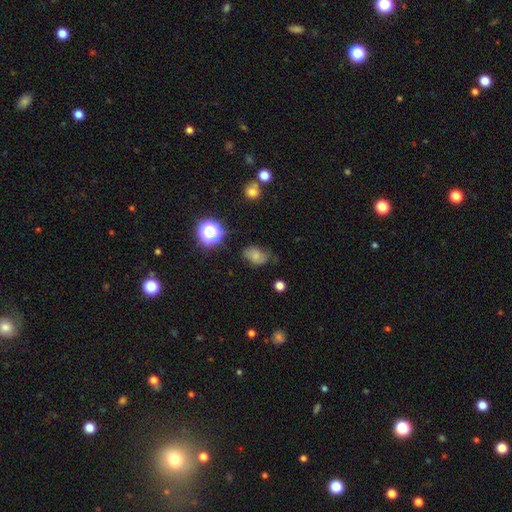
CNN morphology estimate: Smooth or featured: smooth — 68% (star or artifact — 16%)
How rounded: in between — 76% (round — 22%)
Merging: none — 53% (minor disturbance — 33%)